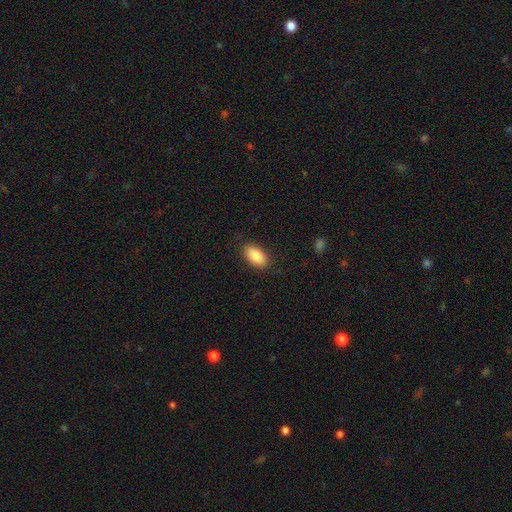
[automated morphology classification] This is clearly a smooth galaxy (87%). How rounded: clearly in between (93%). Merging: clearly none (86%).